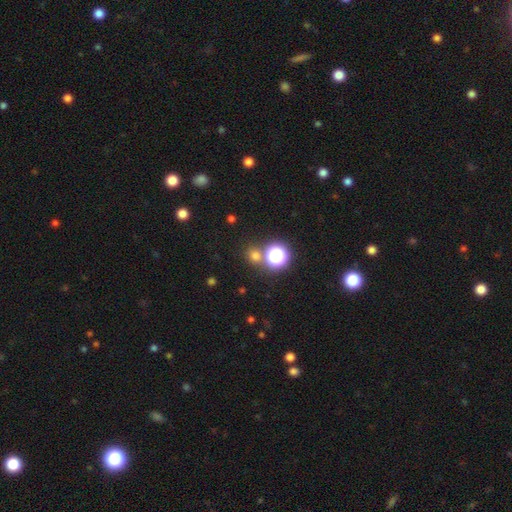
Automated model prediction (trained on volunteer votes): Overall: smooth (64%; star or artifact 30%). How rounded: round (85%). Merging: none (73%).